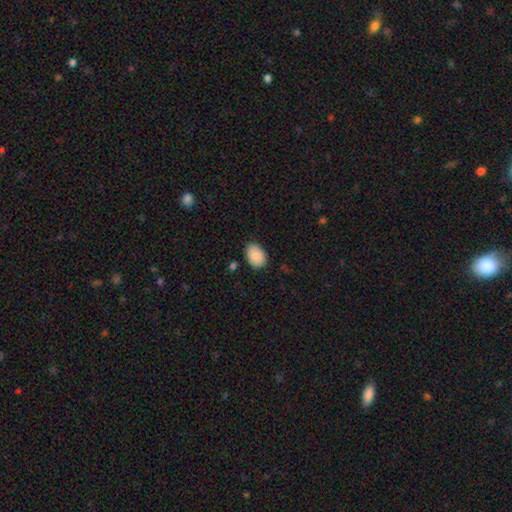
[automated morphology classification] The model was most divided on "how rounded": in between: 78%, round: 21%, cigar-shaped: 1%. More confident: smooth or featured — smooth (89%); merging — none (84%).